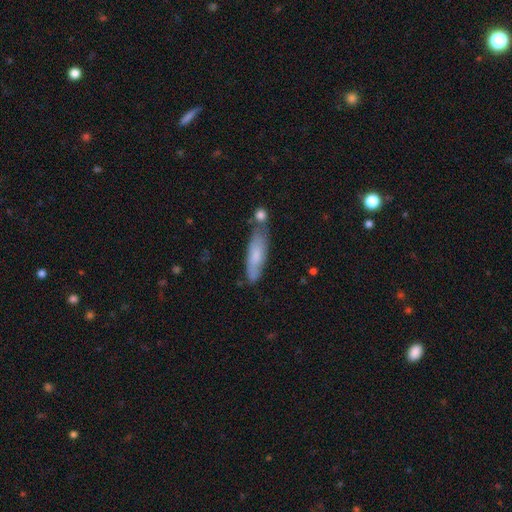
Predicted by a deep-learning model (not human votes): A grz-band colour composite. It shows a smooth galaxy with no disk features (66%) that is cigar-shaped (63%). Merging: none (55%).